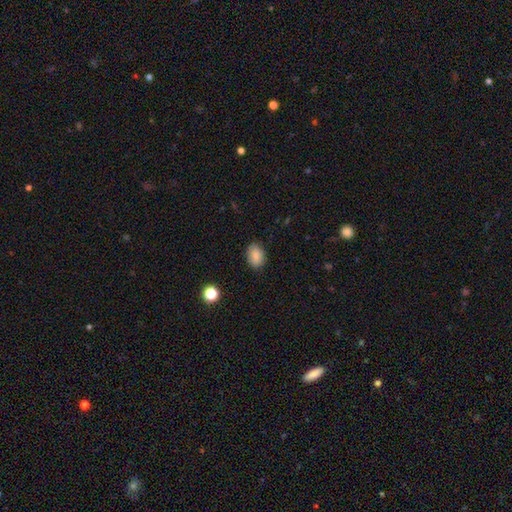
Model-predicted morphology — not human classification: smooth-or-featured: smooth: 85% | star or artifact: 9% | featured or disk: 7%
  how-rounded: in between: 77% | round: 21% | cigar-shaped: 1%
  merging: none: 84% | minor disturbance: 12% | major disturbance: 3% | merger: 1%